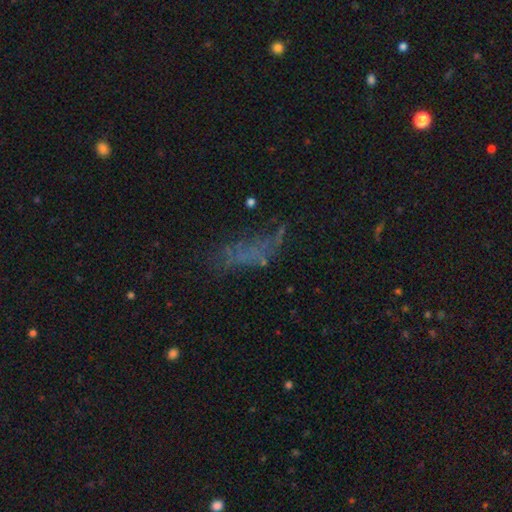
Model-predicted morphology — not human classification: The model was most divided on "smooth or featured": featured or disk: 41%, smooth: 34%, star or artifact: 25%. Remaining: merging — none (43%).